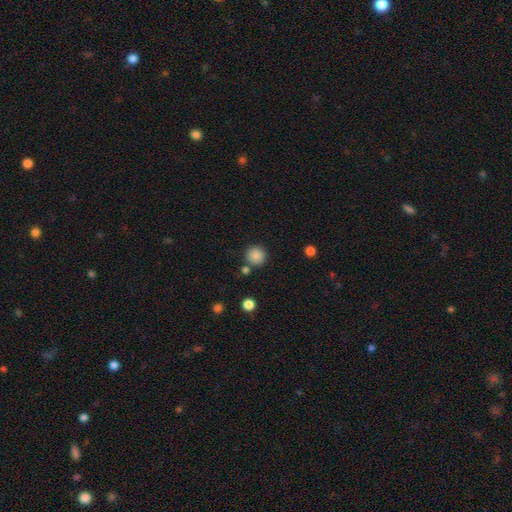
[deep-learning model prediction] Smooth or featured? Predicted: smooth (p=0.86). How rounded? Predicted: round (p=0.93). Merging? Predicted: none (p=0.82).